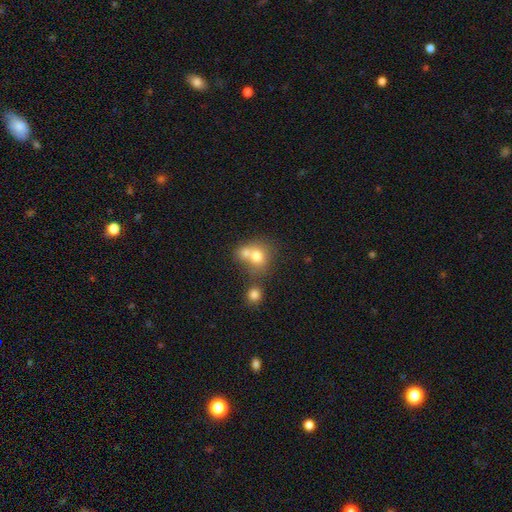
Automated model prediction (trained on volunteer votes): smooth-or-featured: smooth: 73% | featured or disk: 16% | star or artifact: 11%
  how-rounded: round: 69% | in between: 30% | cigar-shaped: 1%
  merging: merger: 56% | none: 32% | minor disturbance: 8% | major disturbance: 4%